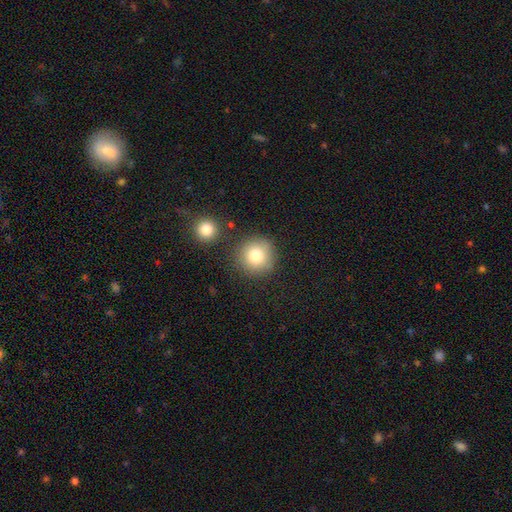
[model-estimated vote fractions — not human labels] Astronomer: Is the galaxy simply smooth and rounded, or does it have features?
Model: smooth — 80%.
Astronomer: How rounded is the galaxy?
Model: round — 94%.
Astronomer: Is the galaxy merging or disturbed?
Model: none — 80%.